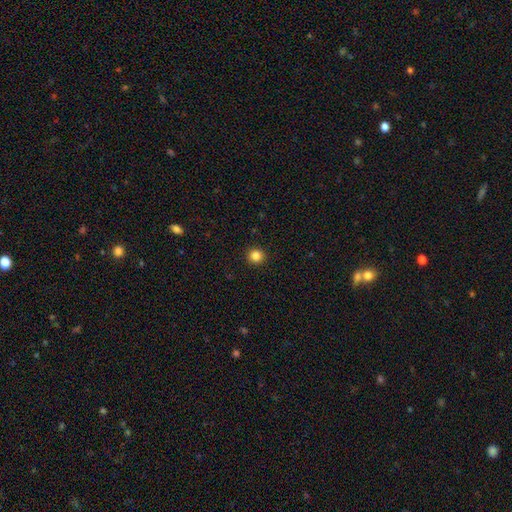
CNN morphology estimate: This appears to be a smooth galaxy with no disk features (84%) that is round (93%). Merging: none (93%).